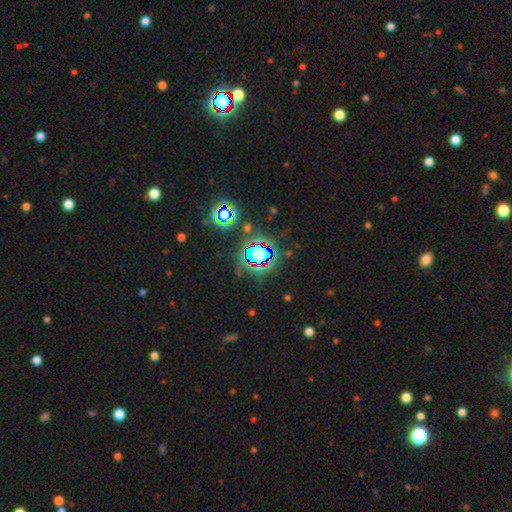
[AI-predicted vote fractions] The model was most divided on "smooth or featured": star or artifact: 68%, smooth: 20%, featured or disk: 12%.